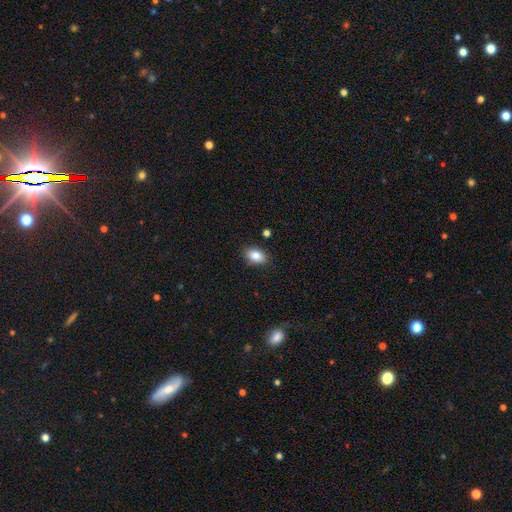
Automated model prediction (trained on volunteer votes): Smooth or featured?
  - smooth: 85% *
  - star or artifact: 8%
  - featured or disk: 7%
How rounded?
  - in between: 87% *
  - round: 11%
  - cigar-shaped: 2%
Merging?
  - none: 86% *
  - minor disturbance: 10%
  - major disturbance: 2%
  - merger: 2%